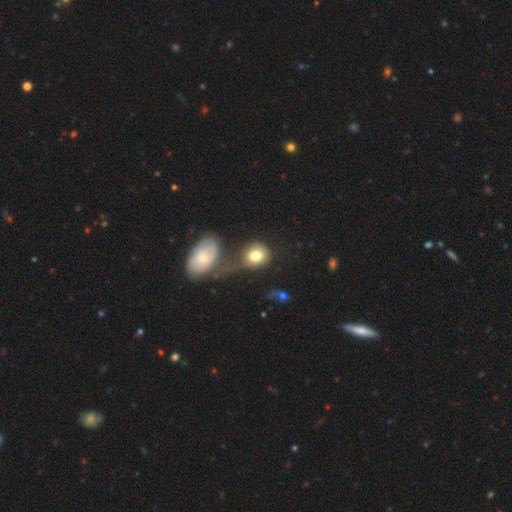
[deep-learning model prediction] The model was most divided on "merging": none: 40%, merger: 31%, minor disturbance: 16%, major disturbance: 12%. More confident: smooth or featured — smooth (74%); how rounded — round (63%).